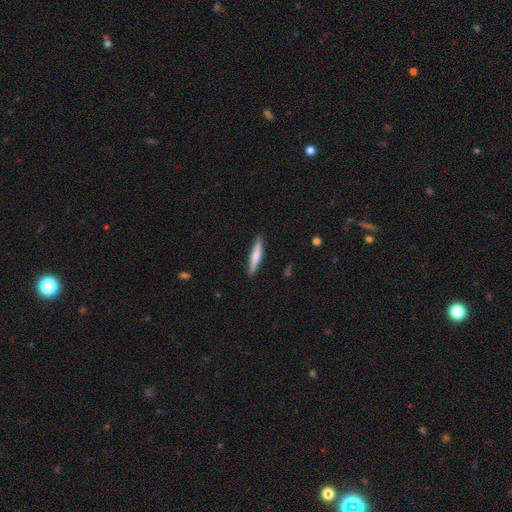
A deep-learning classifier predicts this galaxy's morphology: A smooth galaxy with no disk features (61%) that is cigar-shaped (90%).

Vote fractions:
- Smooth or featured? smooth: 61% / featured or disk: 34% / star or artifact: 5%
- How rounded? cigar-shaped: 90% / in between: 9% / round: 1%
- Merging? none: 90% / minor disturbance: 8% / major disturbance: 2% / merger: 1%